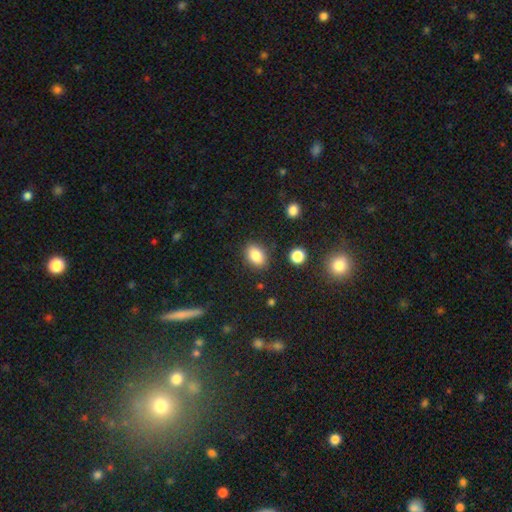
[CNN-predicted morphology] Smooth or featured? smooth (84%)
How rounded? in between (77%)
Merging? none (85%)